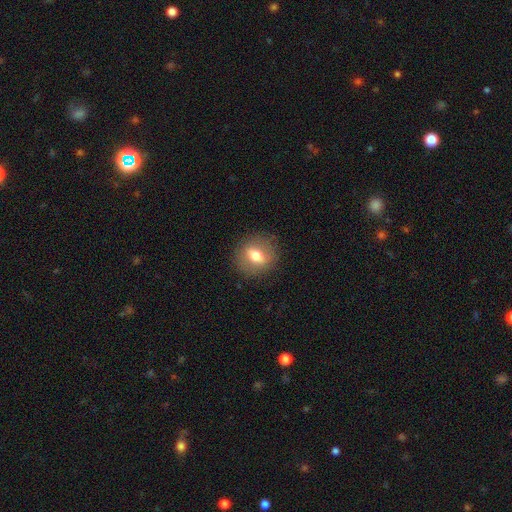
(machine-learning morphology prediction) Smooth or featured? smooth (62%)
How rounded? round (62%)
Merging? none (85%)